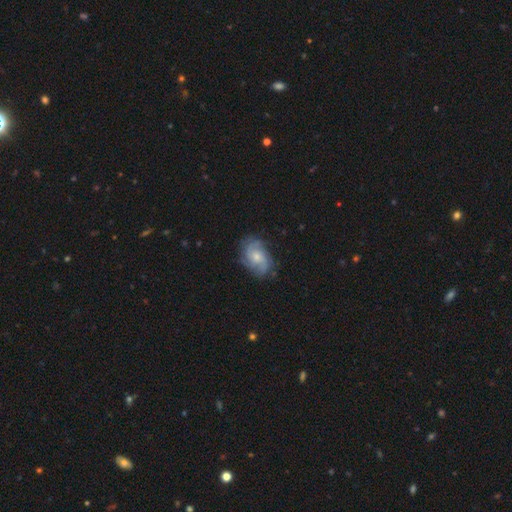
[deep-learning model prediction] Q: Smooth or featured?
A: featured or disk (75%); runner-up: smooth (17%)
Q: Edge-on disk?
A: no (97%); runner-up: yes (3%)
Q: Bar?
A: no (72%); runner-up: weak (25%)
Q: Spiral arms?
A: yes (94%); runner-up: no (6%)
Q: Spiral winding?
A: tight (45%); runner-up: medium (41%)
Q: Spiral arm count?
A: 3 (28%); runner-up: 2 (25%)
Q: Bulge size?
A: small (50%); runner-up: moderate (43%)
Q: Merging?
A: none (77%); runner-up: minor disturbance (16%)